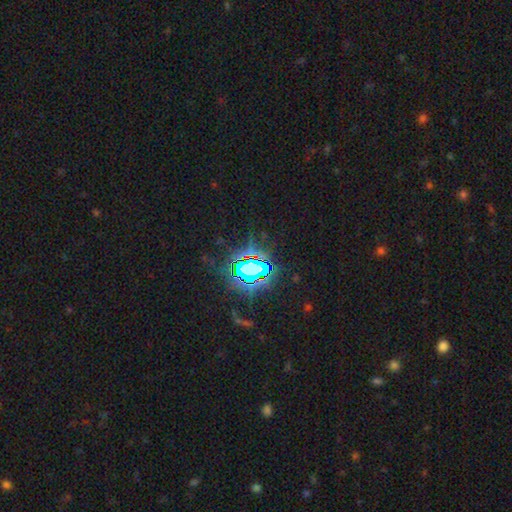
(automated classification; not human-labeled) Smooth or featured: star or artifact — 80% (smooth — 11%)